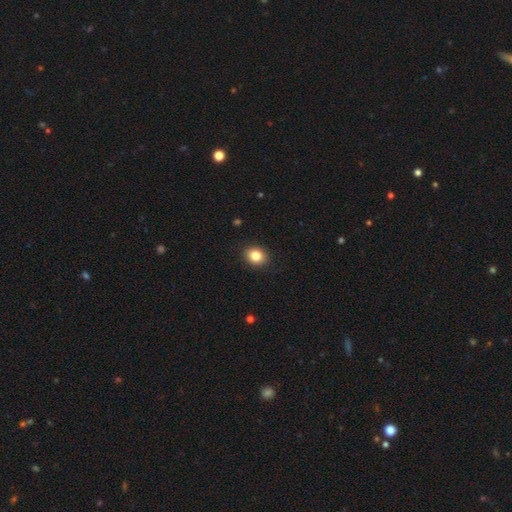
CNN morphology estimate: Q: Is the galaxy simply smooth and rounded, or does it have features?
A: smooth — 84%.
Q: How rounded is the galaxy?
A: round — 61%.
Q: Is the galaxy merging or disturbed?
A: none — 90%.